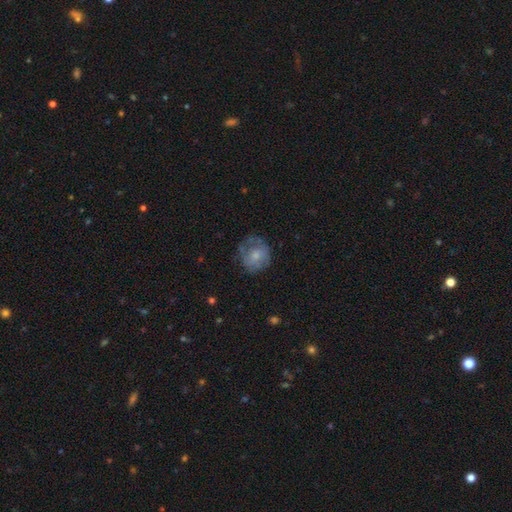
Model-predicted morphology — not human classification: A smooth galaxy with no disk features (55%) that is round (77%). Merging: none (56%).